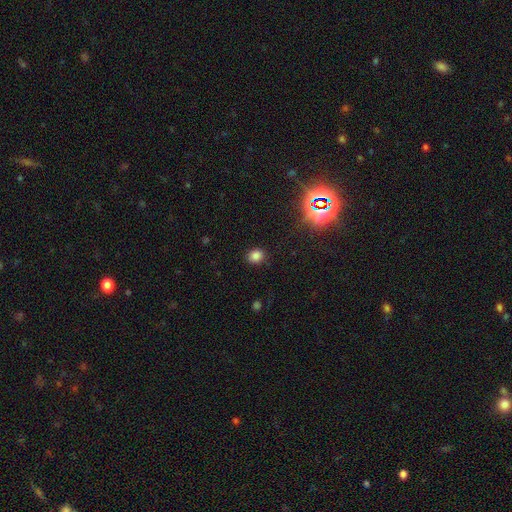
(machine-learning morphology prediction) Overall: smooth (78%). How rounded: round (66%; in between 33%). Merging: none (88%).